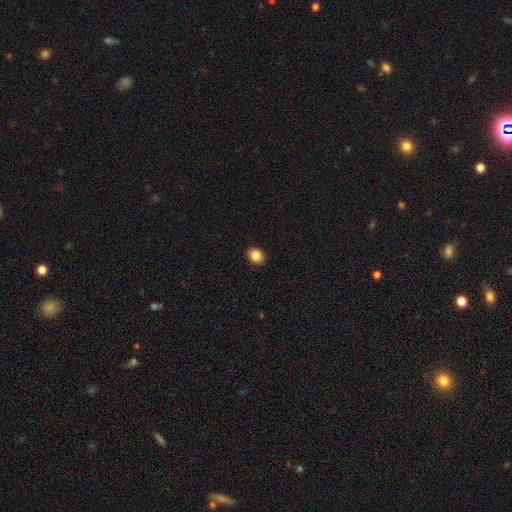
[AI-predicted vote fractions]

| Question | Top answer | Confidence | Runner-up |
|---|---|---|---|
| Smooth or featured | smooth | 87% | star or artifact (9%) |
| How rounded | round | 59% | in between (40%) |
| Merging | none | 92% | minor disturbance (6%) |